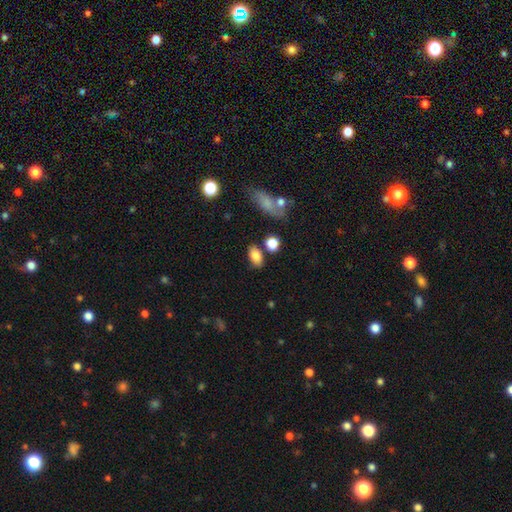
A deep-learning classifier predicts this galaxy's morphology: Smooth or featured? smooth (84%)
How rounded? in between (88%)
Merging? none (74%)